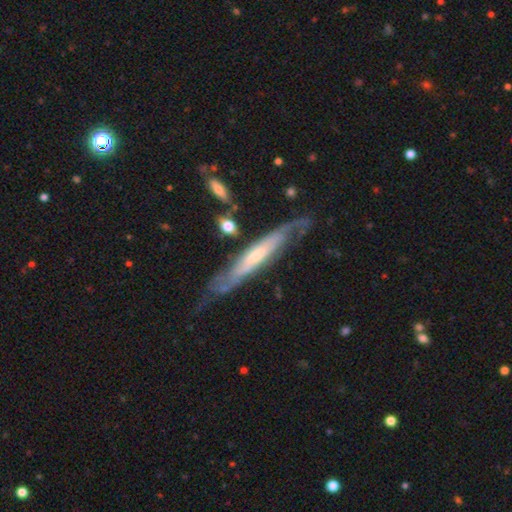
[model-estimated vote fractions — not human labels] This appears to be a featured or disk galaxy (76%) viewed edge-on (55%). Merging: none (64%).